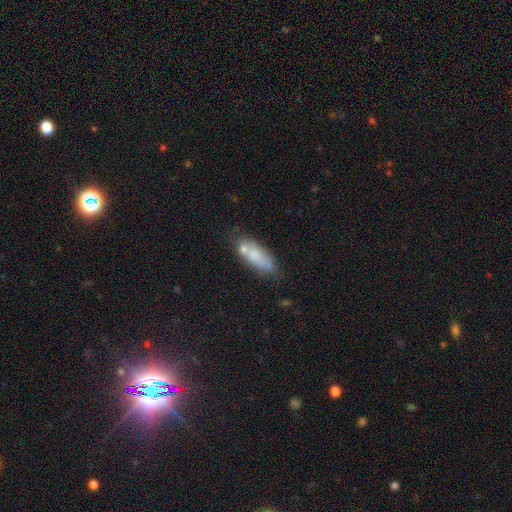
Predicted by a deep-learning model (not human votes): Smooth or featured?
  - smooth: 72% *
  - featured or disk: 20%
  - star or artifact: 8%
How rounded?
  - in between: 66% *
  - cigar-shaped: 31%
  - round: 3%
Merging?
  - none: 58% *
  - minor disturbance: 19%
  - merger: 17%
  - major disturbance: 6%